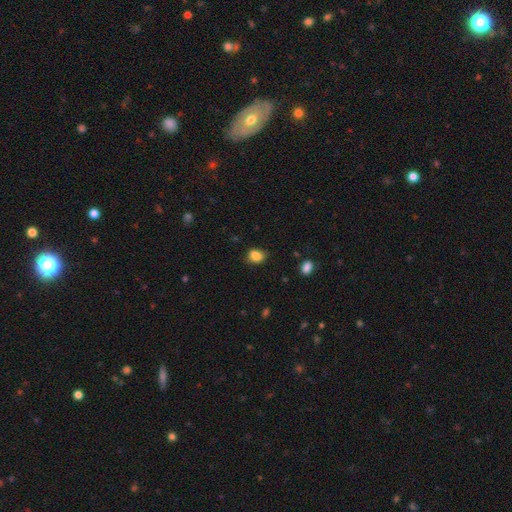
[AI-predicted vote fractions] Q: Smooth or featured?
A: smooth (84%); runner-up: star or artifact (10%)
Q: How rounded?
A: in between (63%); runner-up: round (36%)
Q: Merging?
A: none (71%); runner-up: minor disturbance (21%)